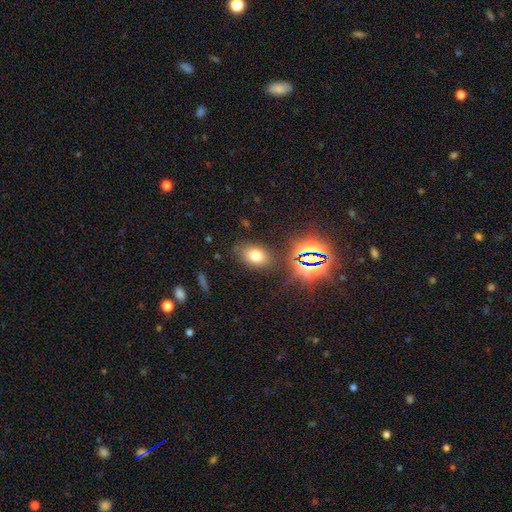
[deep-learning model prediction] smooth_or_featured: smooth (p=0.68) [alt: star or artifact p=0.22]
how_rounded: in between (p=0.75) [alt: round p=0.24]
merging: none (p=0.81) [alt: minor disturbance p=0.12]